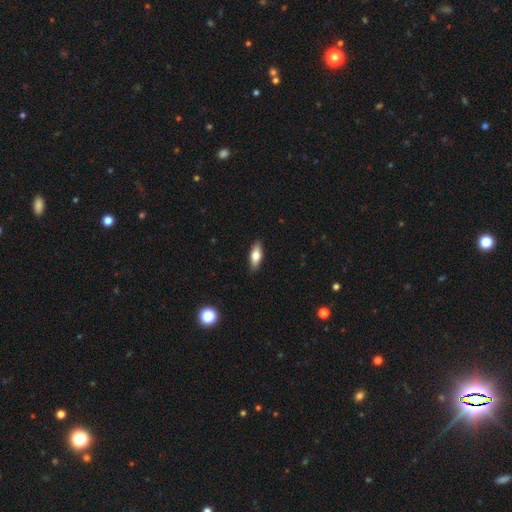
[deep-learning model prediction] This appears to be a smooth galaxy with no disk features (66%) that is in between round and cigar-shaped (67%). Merging: none (88%).